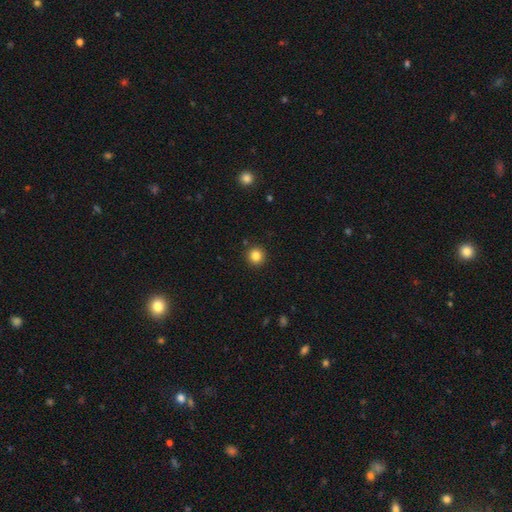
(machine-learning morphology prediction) The model was most divided on "smooth or featured": smooth: 84%, star or artifact: 11%, featured or disk: 5%. More confident: how rounded — round (94%); merging — none (92%).